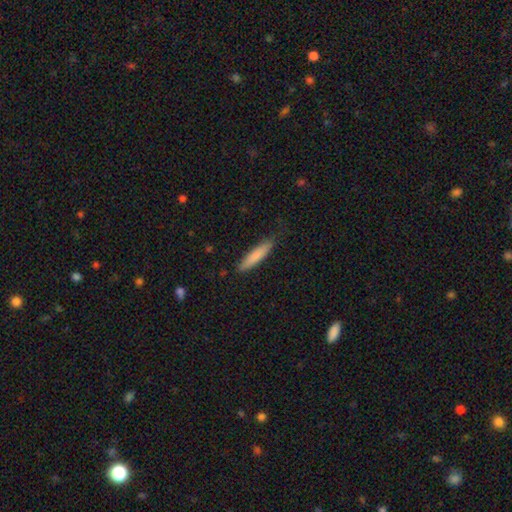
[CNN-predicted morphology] Smooth or featured?
  - smooth: 82% *
  - featured or disk: 13%
  - star or artifact: 6%
How rounded?
  - cigar-shaped: 86% *
  - in between: 12%
  - round: 1%
Merging?
  - none: 80% *
  - minor disturbance: 16%
  - major disturbance: 3%
  - merger: 1%